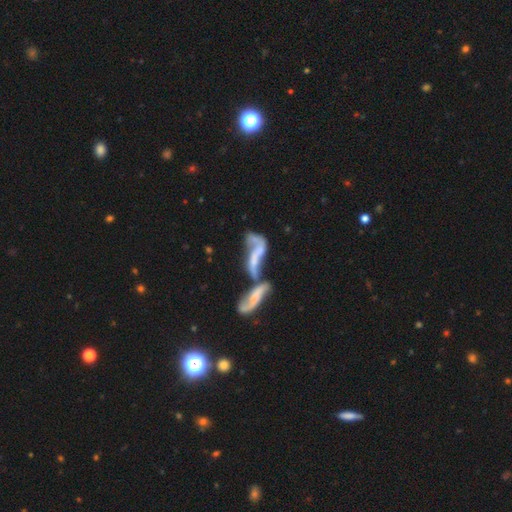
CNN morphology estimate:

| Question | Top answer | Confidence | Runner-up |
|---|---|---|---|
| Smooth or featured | featured or disk | 67% | smooth (23%) |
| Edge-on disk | no | 88% | yes (12%) |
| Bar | no | 58% | weak (27%) |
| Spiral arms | yes | 66% | no (34%) |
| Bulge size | none | 49% | small (27%) |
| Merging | merger | 69% | none (12%) |